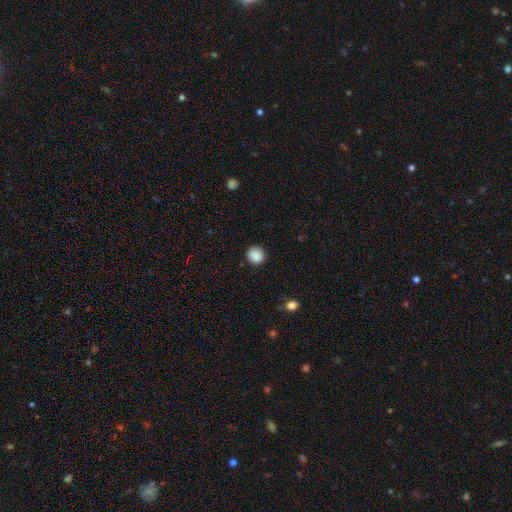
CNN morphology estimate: Smooth or featured?
  - smooth: 88% *
  - star or artifact: 9%
  - featured or disk: 3%
How rounded?
  - round: 91% *
  - in between: 8%
  - cigar-shaped: 1%
Merging?
  - none: 89% *
  - minor disturbance: 8%
  - major disturbance: 2%
  - merger: 1%